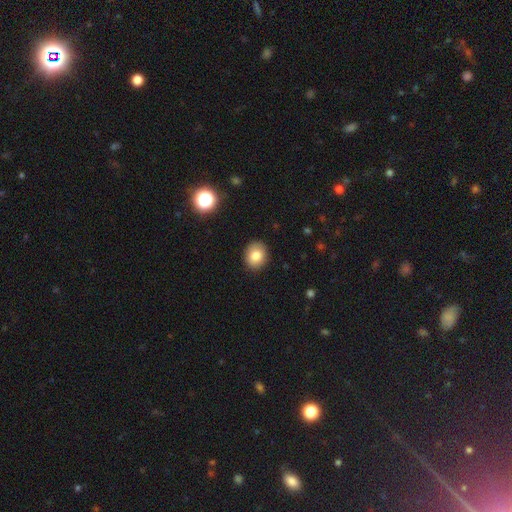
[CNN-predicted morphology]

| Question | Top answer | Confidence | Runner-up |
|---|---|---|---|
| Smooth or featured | smooth | 81% | star or artifact (10%) |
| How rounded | round | 61% | in between (38%) |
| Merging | none | 89% | minor disturbance (8%) |